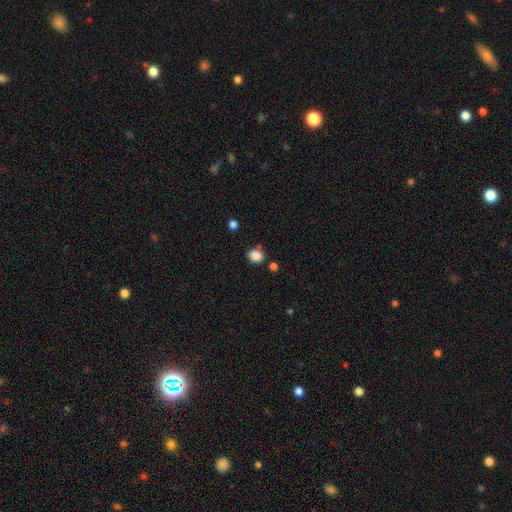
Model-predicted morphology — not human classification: smooth 86%, star or artifact 10%, featured or disk 4%. Down the decision tree: how rounded — round (58%); merging — none (77%).